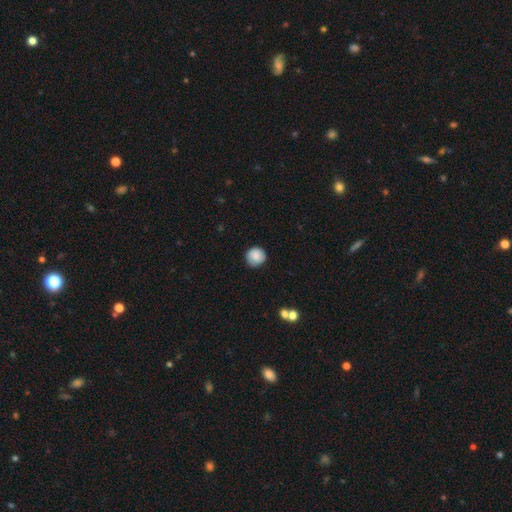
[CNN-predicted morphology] Smooth or featured: smooth — 81% (featured or disk — 12%)
How rounded: round — 92% (in between — 7%)
Merging: none — 84% (minor disturbance — 12%)